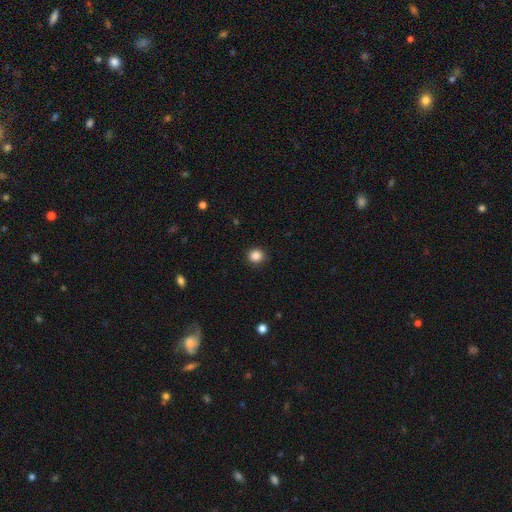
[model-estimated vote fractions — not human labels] Q: Smooth or featured?
A: smooth (86%); runner-up: star or artifact (11%)
Q: How rounded?
A: round (88%); runner-up: in between (11%)
Q: Merging?
A: none (90%); runner-up: minor disturbance (7%)